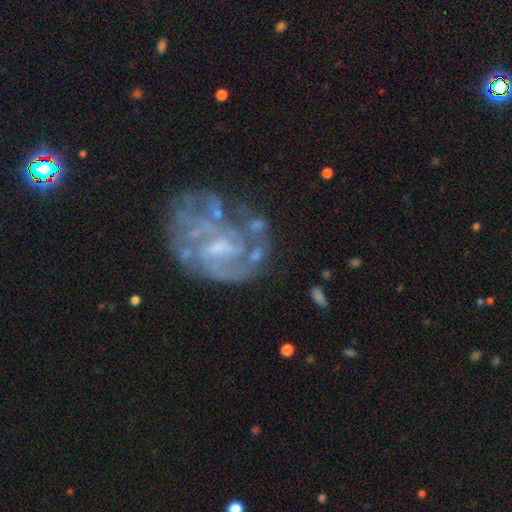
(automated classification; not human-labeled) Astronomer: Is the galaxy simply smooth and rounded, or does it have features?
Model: featured or disk — 81%.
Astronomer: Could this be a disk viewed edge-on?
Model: no — 98%.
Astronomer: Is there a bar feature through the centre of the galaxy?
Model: weak — 49% (runner-up: no, 35%).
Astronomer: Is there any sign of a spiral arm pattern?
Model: yes — 80%.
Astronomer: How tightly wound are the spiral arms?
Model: tight — 43% (runner-up: medium, 40%).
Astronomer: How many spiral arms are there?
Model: can't tell — 36% (runner-up: 2, 24%).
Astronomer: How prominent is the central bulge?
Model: small — 36% (runner-up: moderate, 30%).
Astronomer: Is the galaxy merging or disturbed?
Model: none — 48%.